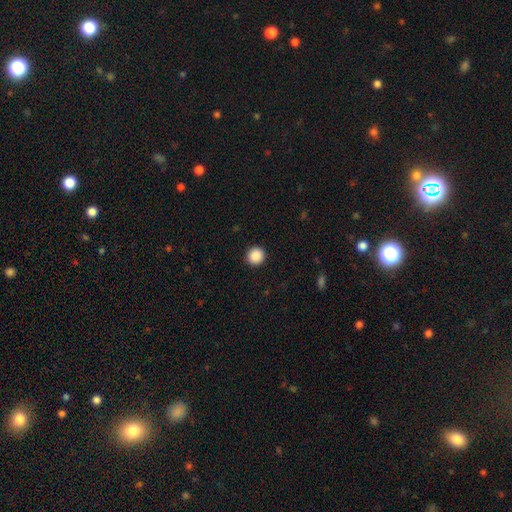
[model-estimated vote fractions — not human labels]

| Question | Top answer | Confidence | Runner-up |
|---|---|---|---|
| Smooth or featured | smooth | 89% | star or artifact (9%) |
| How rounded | round | 93% | in between (6%) |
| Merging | none | 92% | minor disturbance (5%) |